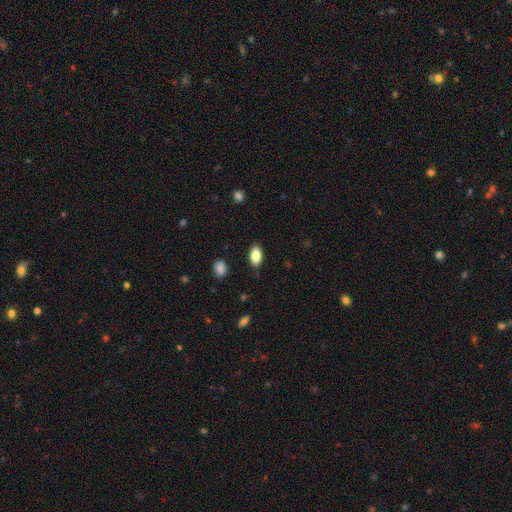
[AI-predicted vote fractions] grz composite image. It shows a smooth galaxy with no disk features (84%) that is in between round and cigar-shaped (93%). Merging: none (87%).